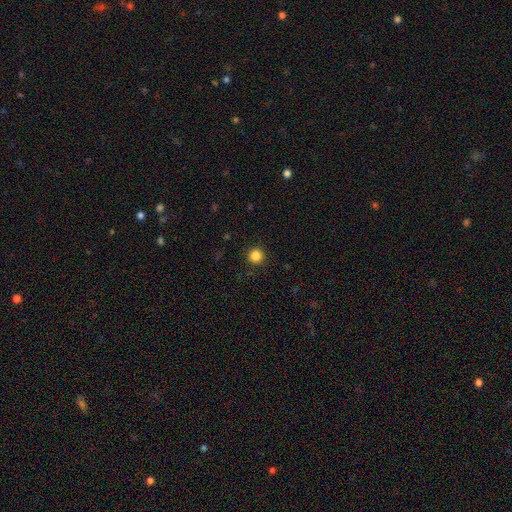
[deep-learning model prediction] Smooth or featured?
  - smooth: 84% *
  - star or artifact: 12%
  - featured or disk: 4%
How rounded?
  - round: 96% *
  - in between: 3%
  - cigar-shaped: 1%
Merging?
  - none: 92% *
  - minor disturbance: 5%
  - major disturbance: 2%
  - merger: 1%